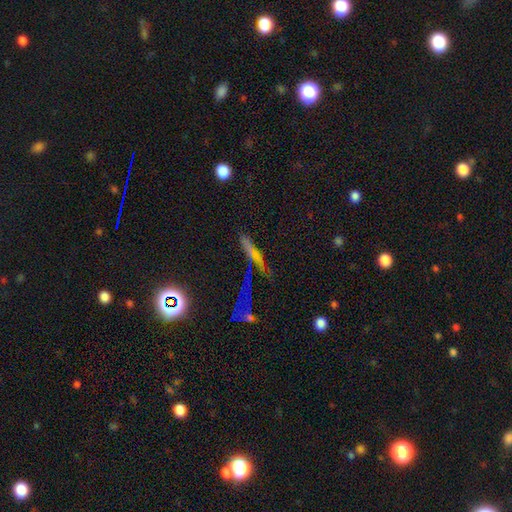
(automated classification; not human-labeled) A smooth galaxy with no disk features (48%). Merging: none (61%).